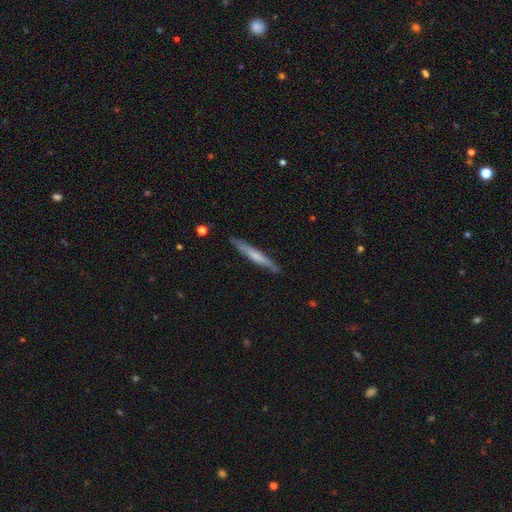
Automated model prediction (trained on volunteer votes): This appears to be a smooth galaxy with no disk features (52%) that is cigar-shaped (95%). Merging: none (87%).